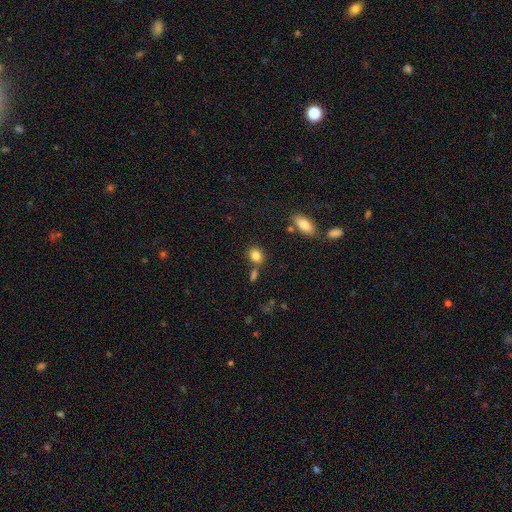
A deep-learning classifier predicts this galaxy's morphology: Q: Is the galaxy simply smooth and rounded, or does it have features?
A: smooth — 84%.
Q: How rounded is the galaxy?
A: round — 52%.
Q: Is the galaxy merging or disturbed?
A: none — 71%.